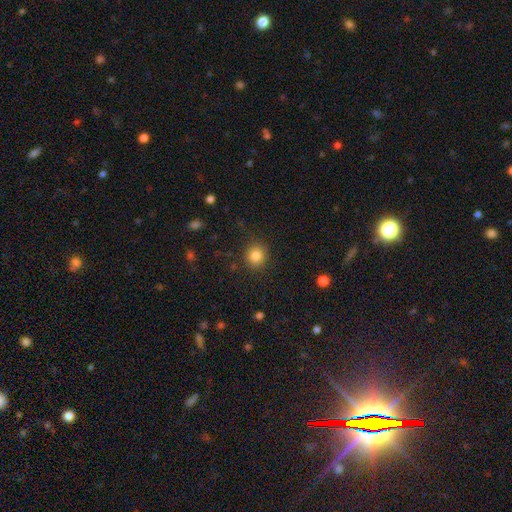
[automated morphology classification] A smooth galaxy with no disk features (83%) that is round (87%).

Vote fractions:
- Smooth or featured? smooth: 83% / star or artifact: 11% / featured or disk: 6%
- How rounded? round: 87% / in between: 12% / cigar-shaped: 1%
- Merging? none: 88% / minor disturbance: 8% / major disturbance: 3% / merger: 1%